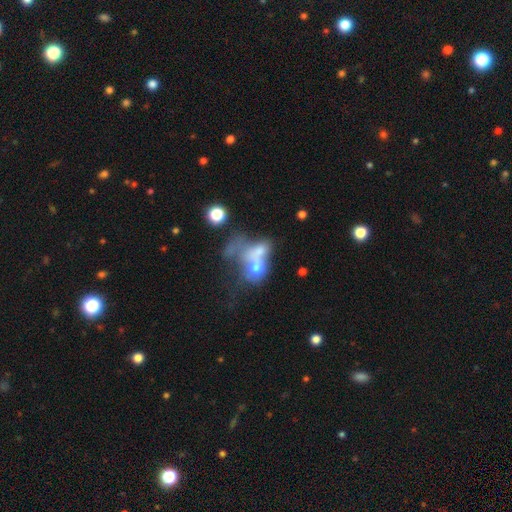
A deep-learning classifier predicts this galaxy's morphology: A smooth galaxy with no disk features (52%) that is in between round and cigar-shaped (61%). Merging: merger (63%).